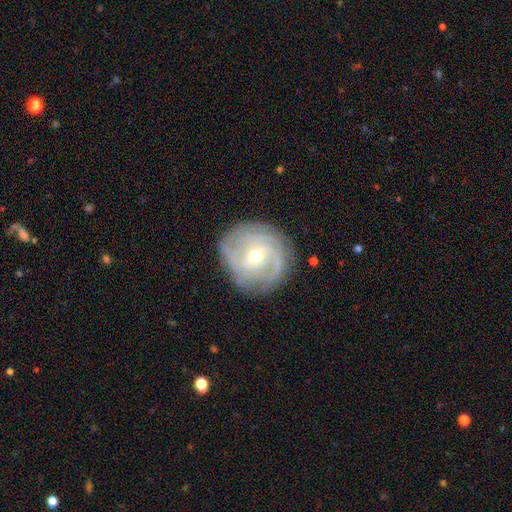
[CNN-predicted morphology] This appears to be a featured or disk galaxy (82%) with a weak bar (44%), tight (67%) spiral arms (93%) and a small central bulge (50%). Merging: none (79%).